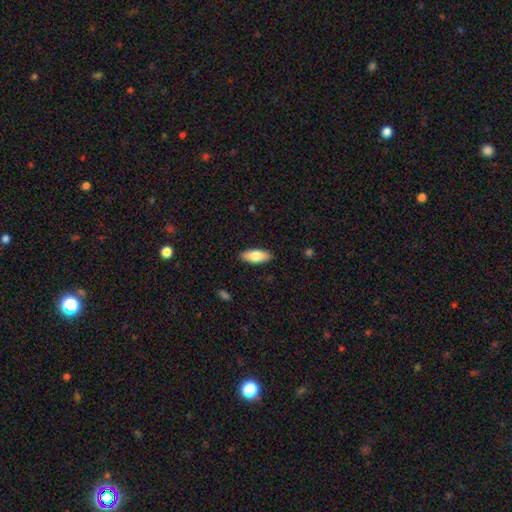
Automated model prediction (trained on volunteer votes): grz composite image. It shows a smooth galaxy with no disk features (80%) that is in between round and cigar-shaped (79%). Merging: none (88%).